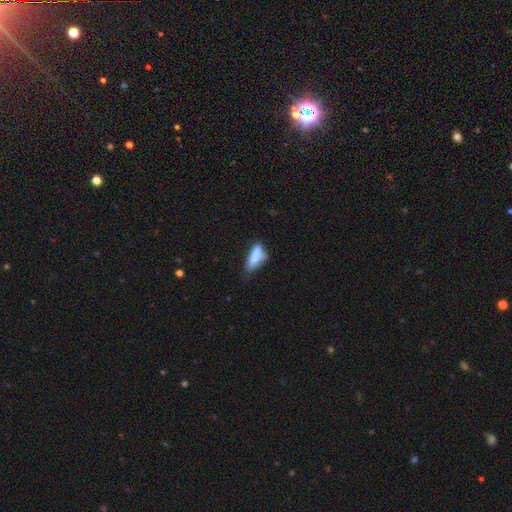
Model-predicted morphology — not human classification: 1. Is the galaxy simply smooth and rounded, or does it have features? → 78% smooth, 14% featured or disk, 8% star or artifact.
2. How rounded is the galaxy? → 54% in between, 44% cigar-shaped, 2% round.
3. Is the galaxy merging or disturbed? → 39% minor disturbance (tied), 39% none (tied), 16% major disturbance, 7% merger.